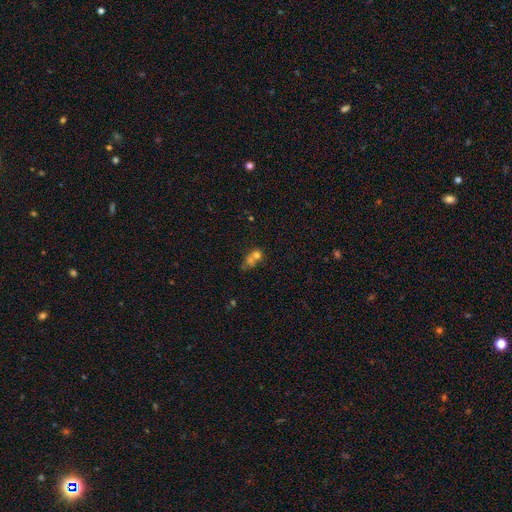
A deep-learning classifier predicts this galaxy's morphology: Q: Smooth or featured?
A: smooth (62%); runner-up: featured or disk (19%)
Q: How rounded?
A: round (65%); runner-up: in between (33%)
Q: Merging?
A: merger (58%); runner-up: none (27%)